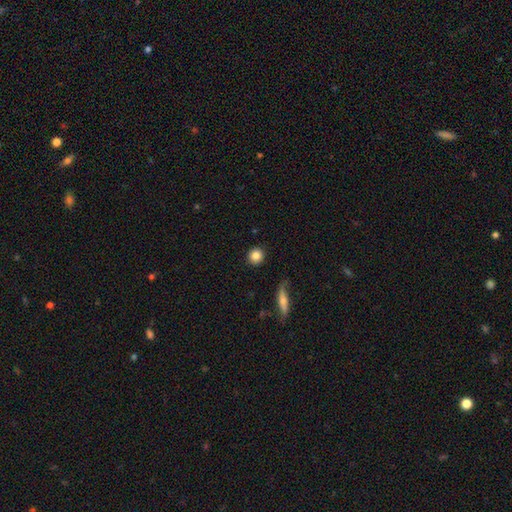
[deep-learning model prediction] This is clearly a smooth galaxy (85%). How rounded: clearly round (92%). Merging: clearly none (91%).